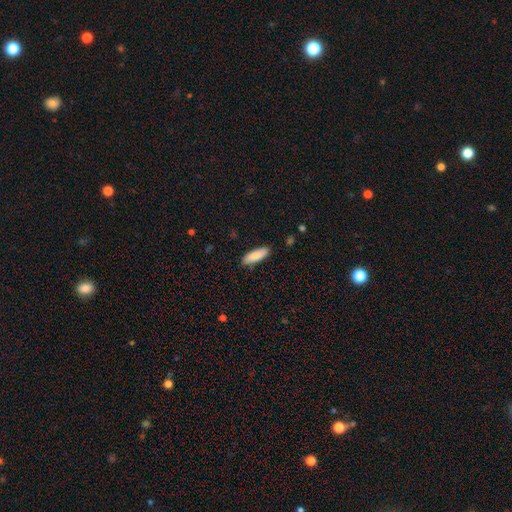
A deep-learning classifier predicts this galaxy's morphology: Smooth or featured? Predicted: smooth (p=0.87). How rounded? Predicted: in between (p=0.53). Merging? Predicted: none (p=0.87).